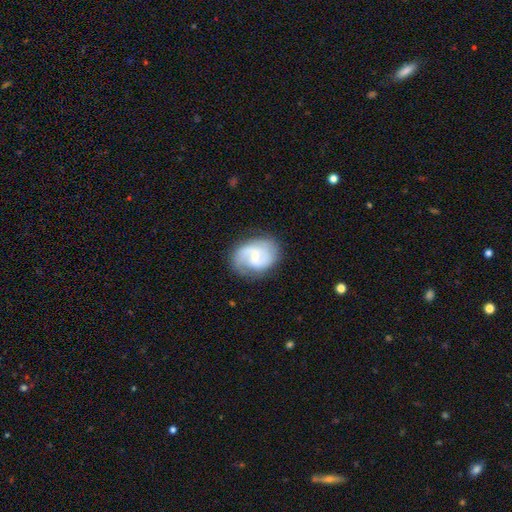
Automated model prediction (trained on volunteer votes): The model was most divided on "bar": weak: 53%, no: 37%, strong: 10%. Remaining: edge-on disk — no (98%); spiral arms — yes (93%); smooth or featured — featured or disk (74%); merging — none (71%); spiral arm count — 2 (69%); bulge size — small (58%); spiral winding — medium (48%).